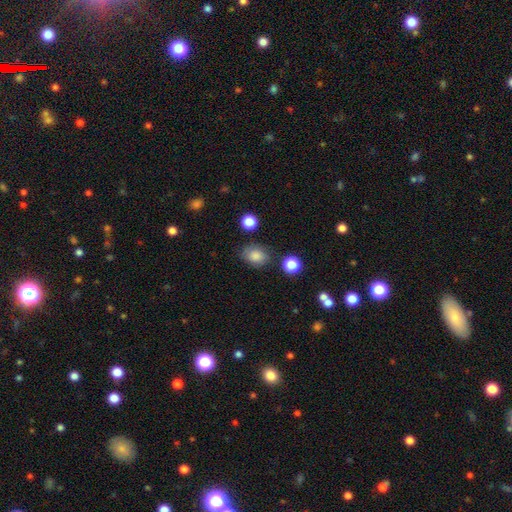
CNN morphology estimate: smooth 84%, star or artifact 10%, featured or disk 6%. Down the decision tree: how rounded — in between (60%); merging — none (74%).